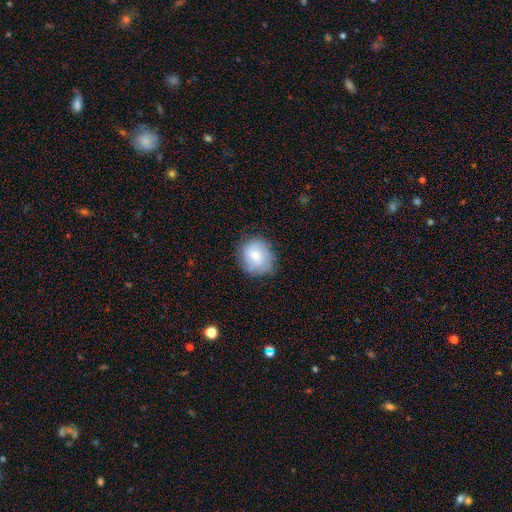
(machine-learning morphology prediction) smooth-or-featured: smooth: 61% | featured or disk: 31% | star or artifact: 7%
  how-rounded: round: 73% | in between: 26% | cigar-shaped: 1%
  merging: none: 73% | minor disturbance: 20% | major disturbance: 6% | merger: 1%